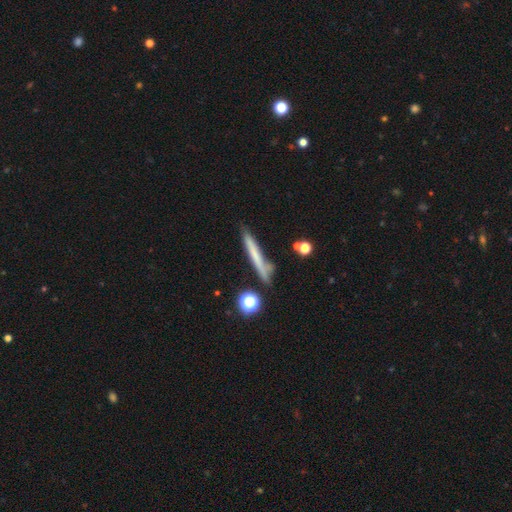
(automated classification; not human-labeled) A smooth galaxy with no disk features (57%) that is cigar-shaped (93%). Merging: none (72%).